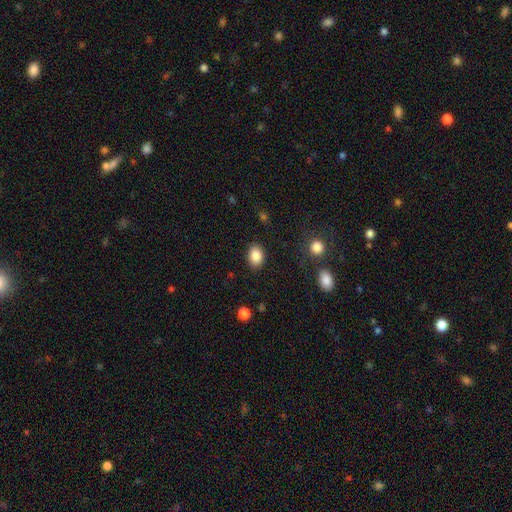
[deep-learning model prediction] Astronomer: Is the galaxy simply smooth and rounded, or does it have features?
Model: smooth — 86%.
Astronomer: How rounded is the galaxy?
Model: in between — 68%.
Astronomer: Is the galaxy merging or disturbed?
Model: none — 86%.